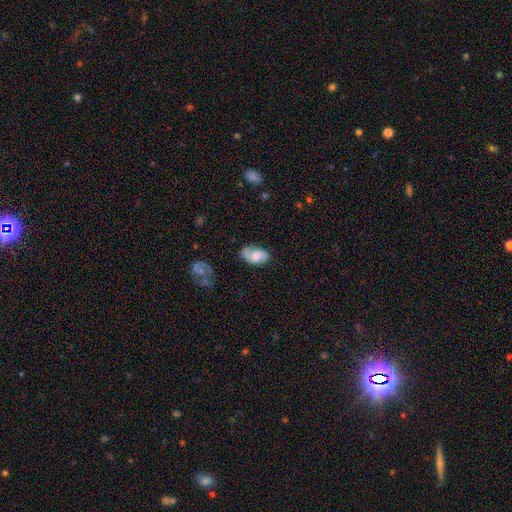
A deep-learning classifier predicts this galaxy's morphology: type=featured or disk (57%); edge-on=no (96%); bar=no (62%); spiral arms=yes (90%); bulge=moderate (53%); merging=none (62%).